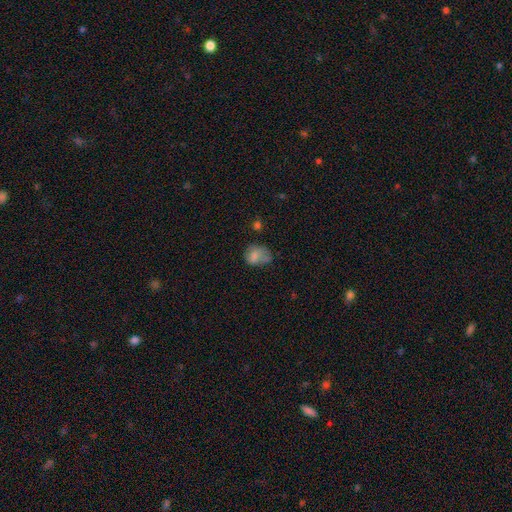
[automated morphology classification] smooth 74%, featured or disk 15%, star or artifact 11%. Down the decision tree: how rounded — in between (59%); merging — minor disturbance (34%, tied with none).